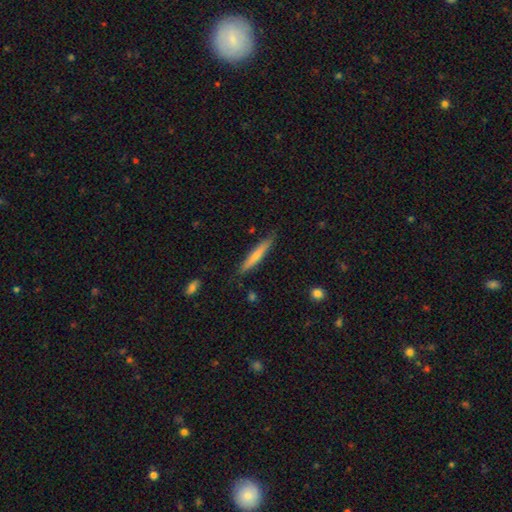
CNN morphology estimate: This is likely a smooth galaxy (65%). How rounded: clearly cigar-shaped (93%). Merging: clearly none (85%).